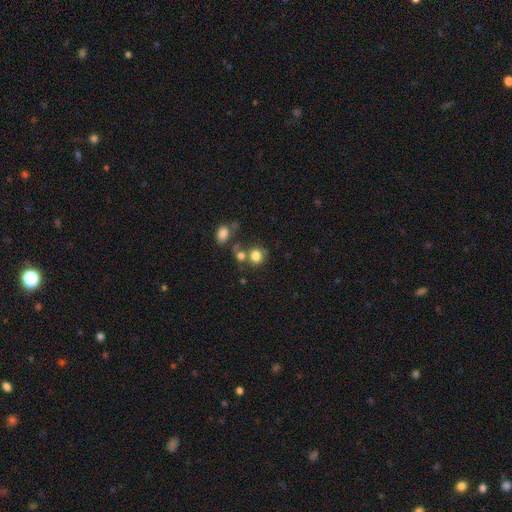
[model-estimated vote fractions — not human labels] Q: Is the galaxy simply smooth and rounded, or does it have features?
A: smooth — 80%.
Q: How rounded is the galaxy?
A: round — 71%.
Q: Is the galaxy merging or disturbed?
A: none — 52%.